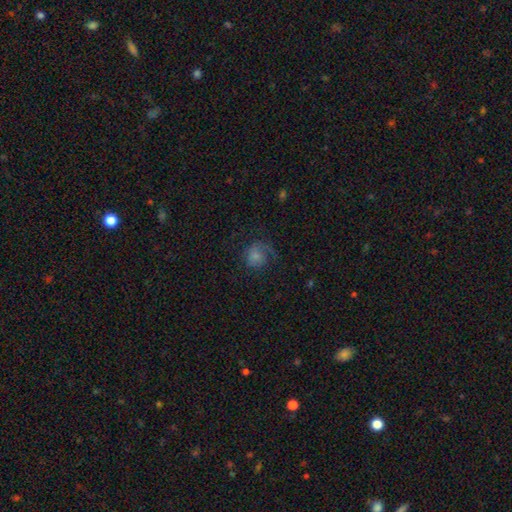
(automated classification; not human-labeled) The model was most divided on "merging": none: 52%, major disturbance: 23%, minor disturbance: 23%, merger: 2%. More confident: how rounded — round (76%); smooth or featured — smooth (64%).